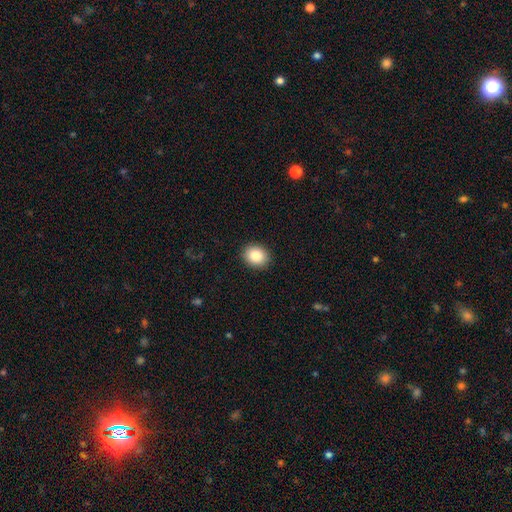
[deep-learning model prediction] smooth-or-featured: smooth: 85% | star or artifact: 8% | featured or disk: 6%
  how-rounded: round: 59% | in between: 40% | cigar-shaped: 1%
  merging: none: 91% | minor disturbance: 6% | major disturbance: 2% | merger: 1%